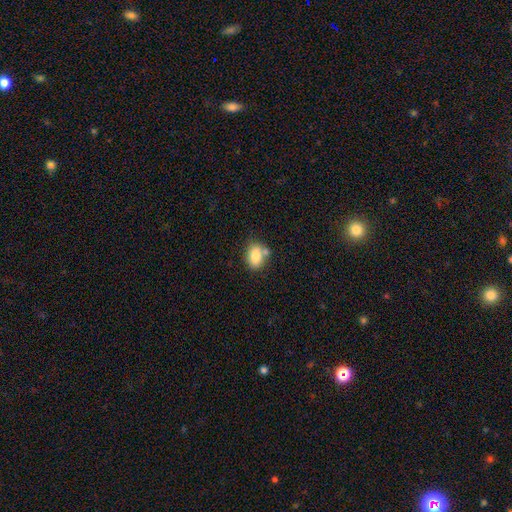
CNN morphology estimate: Smooth or featured? smooth (83%)
How rounded? in between (74%)
Merging? none (62%)